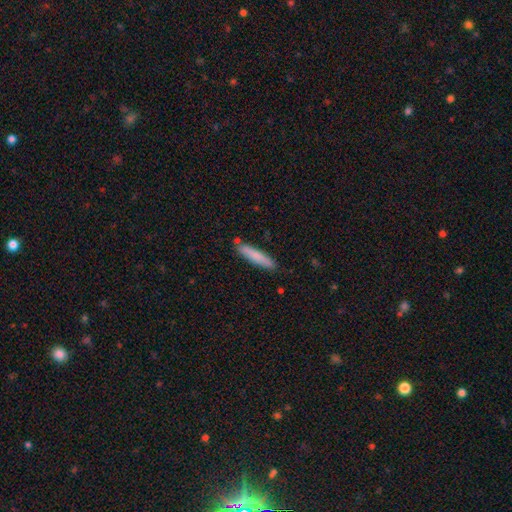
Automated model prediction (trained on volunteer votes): This appears to be a smooth galaxy with no disk features (78%) that is cigar-shaped (89%). Merging: none (84%).